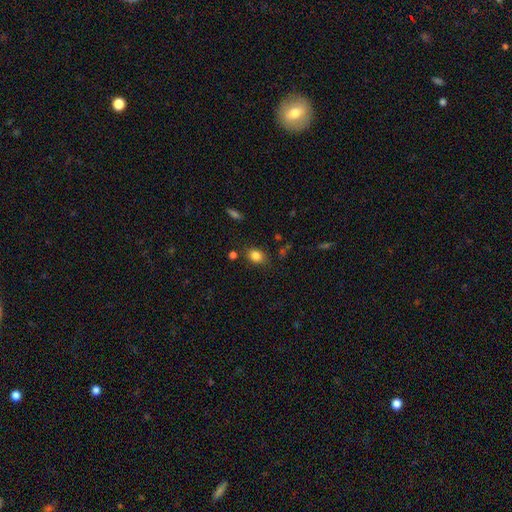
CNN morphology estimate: smooth 83%, star or artifact 11%, featured or disk 7%. Down the decision tree: how rounded — in between (62%); merging — none (78%).